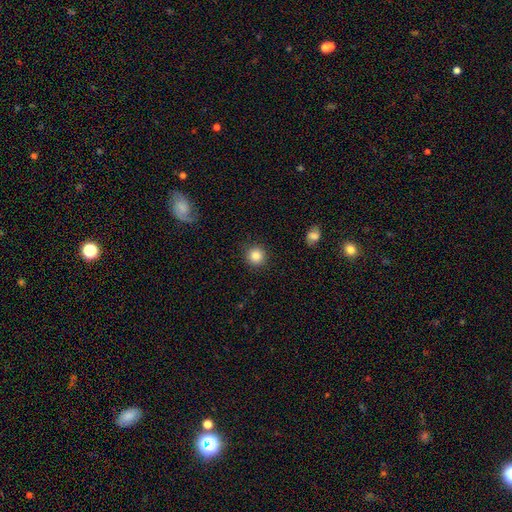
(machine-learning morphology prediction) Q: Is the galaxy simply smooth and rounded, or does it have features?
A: smooth — 85%.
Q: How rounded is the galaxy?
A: round — 94%.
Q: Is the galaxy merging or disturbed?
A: none — 90%.